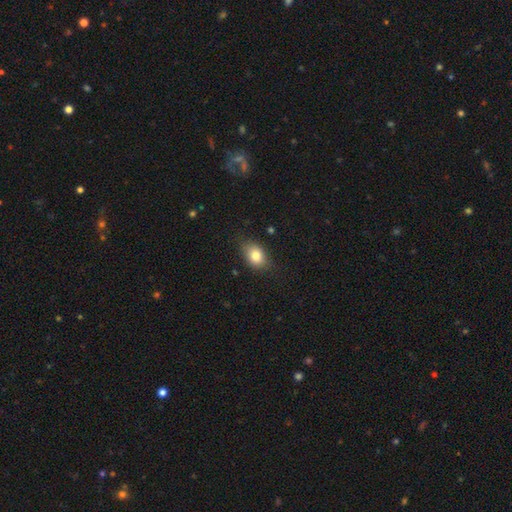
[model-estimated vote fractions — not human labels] Smooth or featured?
  - smooth: 80% *
  - featured or disk: 11%
  - star or artifact: 9%
How rounded?
  - in between: 74% *
  - round: 25%
  - cigar-shaped: 2%
Merging?
  - none: 75% *
  - minor disturbance: 20%
  - major disturbance: 4%
  - merger: 1%